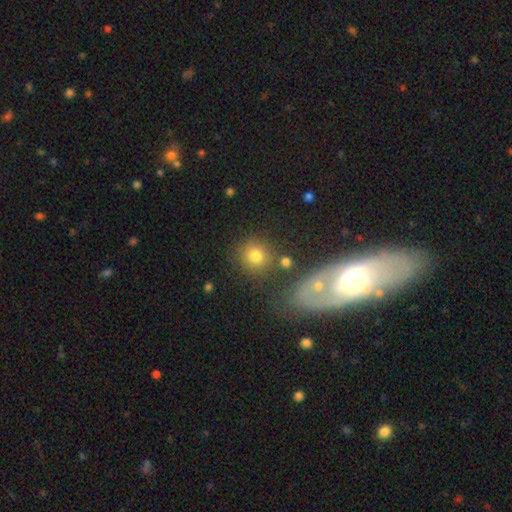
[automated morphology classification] Q: Smooth or featured?
A: smooth (75%); runner-up: star or artifact (14%)
Q: How rounded?
A: round (86%); runner-up: in between (13%)
Q: Merging?
A: none (73%); runner-up: merger (11%)